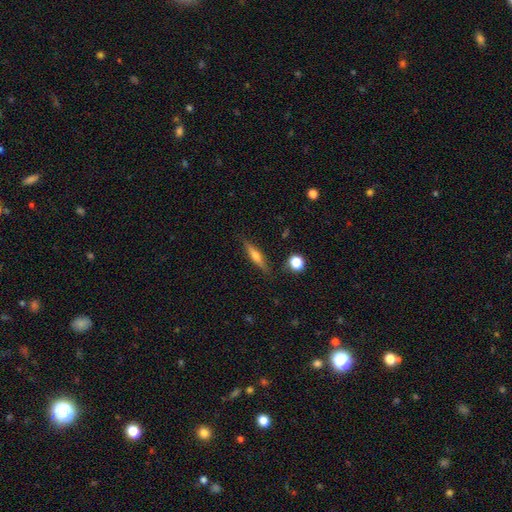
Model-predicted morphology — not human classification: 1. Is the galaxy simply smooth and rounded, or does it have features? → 52% featured or disk, 40% smooth, 8% star or artifact.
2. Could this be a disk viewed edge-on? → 95% yes, 5% no.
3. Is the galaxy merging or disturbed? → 86% none, 10% minor disturbance, 2% major disturbance, 2% merger.